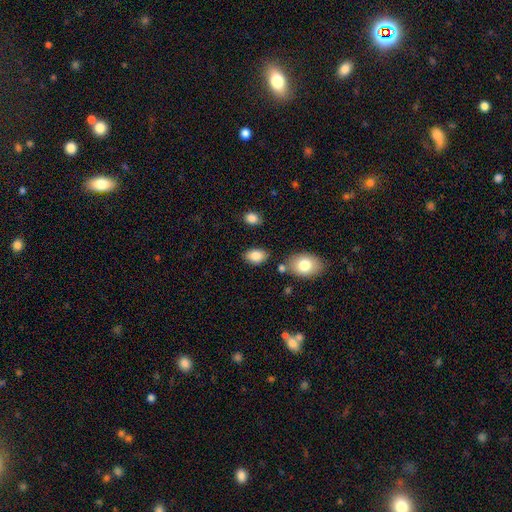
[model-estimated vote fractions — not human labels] Q: Smooth or featured?
A: smooth (85%); runner-up: star or artifact (8%)
Q: How rounded?
A: in between (85%); runner-up: round (14%)
Q: Merging?
A: none (77%); runner-up: minor disturbance (14%)